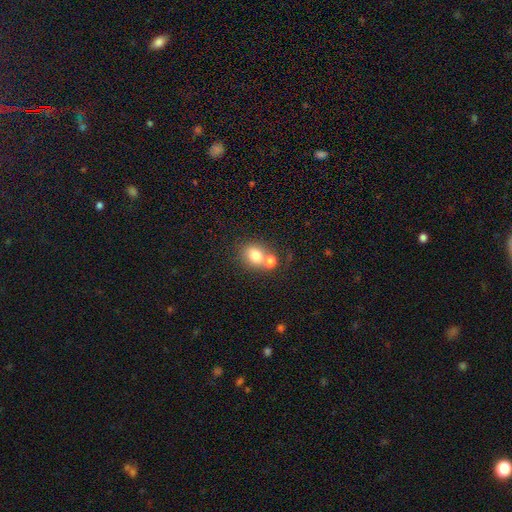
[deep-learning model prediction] A smooth galaxy with no disk features (77%) that is round (64%). Merging: merger (46%).